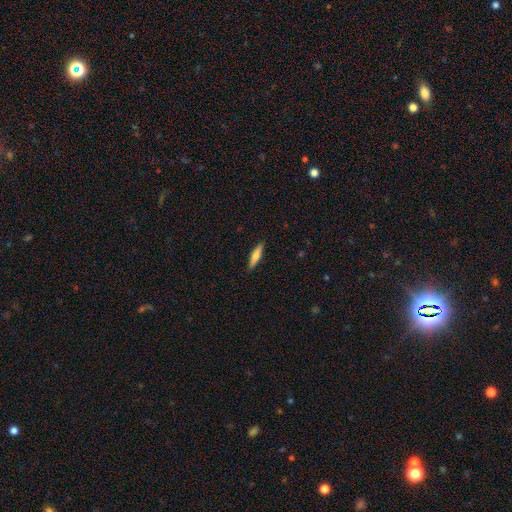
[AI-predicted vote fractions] A smooth galaxy with no disk features (59%) that is cigar-shaped (78%).

Vote fractions:
- Smooth or featured? smooth: 59% / featured or disk: 35% / star or artifact: 6%
- How rounded? cigar-shaped: 78% / in between: 20% / round: 2%
- Merging? none: 90% / minor disturbance: 8% / major disturbance: 2% / merger: 1%